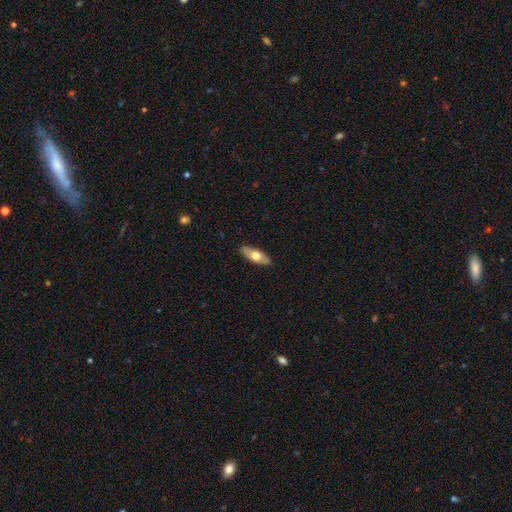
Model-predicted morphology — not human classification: smooth 60%, featured or disk 34%, star or artifact 5%. Down the decision tree: how rounded — in between (76%); merging — none (88%).